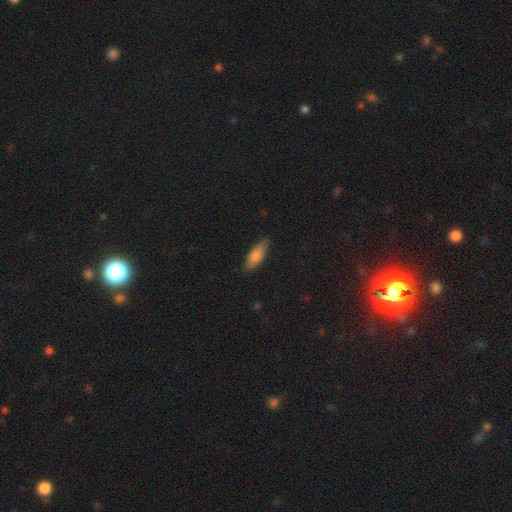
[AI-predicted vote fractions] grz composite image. It shows a smooth galaxy with no disk features (80%) that is in between round and cigar-shaped (66%). Merging: none (82%).